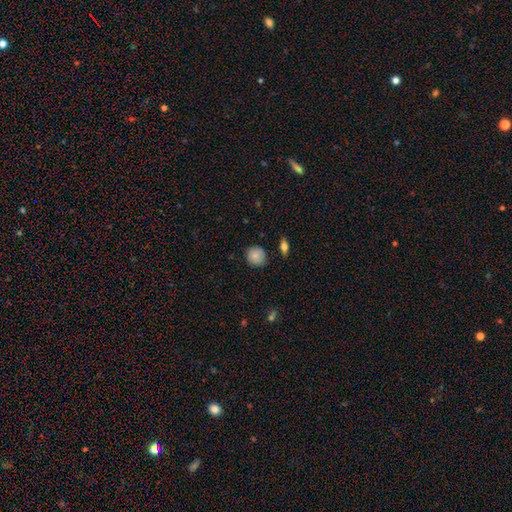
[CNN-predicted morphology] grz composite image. It shows a smooth galaxy with no disk features (84%) that is round (88%). Merging: none (80%).